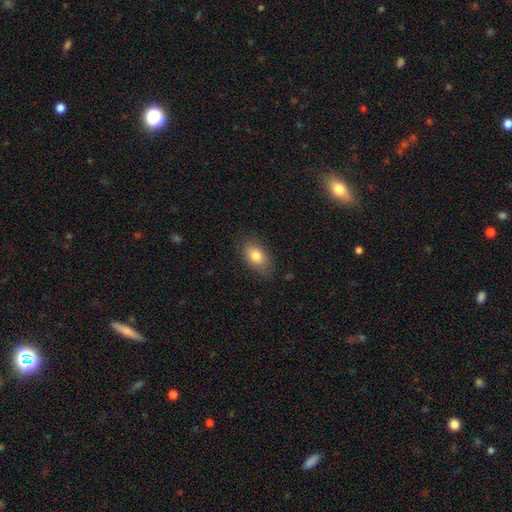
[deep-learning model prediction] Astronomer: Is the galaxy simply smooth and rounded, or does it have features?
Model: smooth — 80%.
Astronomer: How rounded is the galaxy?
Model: in between — 88%.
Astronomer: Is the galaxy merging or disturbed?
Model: none — 79%.